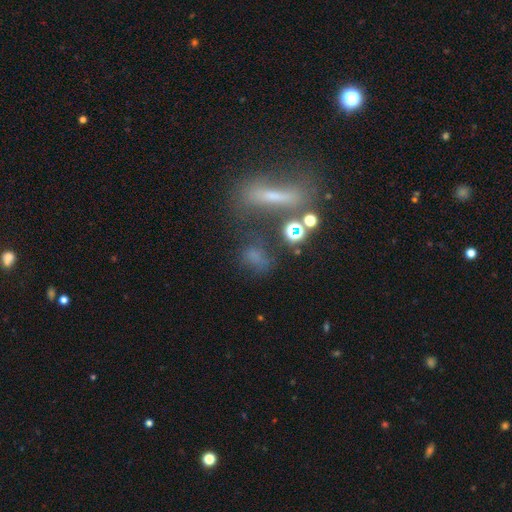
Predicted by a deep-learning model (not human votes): The model was most divided on "how rounded": in between: 43%, round: 35%, cigar-shaped: 22%. More confident: smooth or featured — smooth (53%); merging — none (51%).